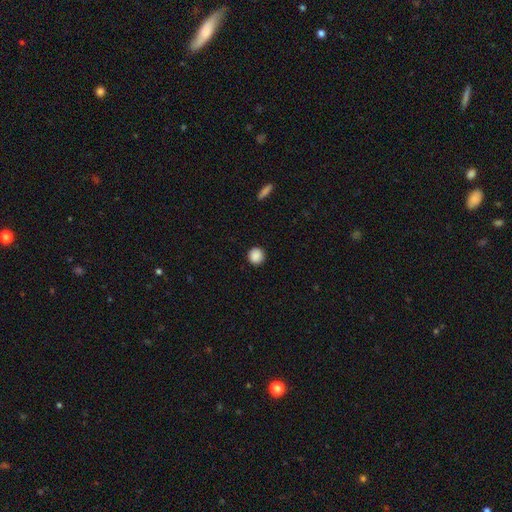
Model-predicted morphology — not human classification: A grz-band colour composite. It shows a smooth galaxy with no disk features (89%) that is round (94%). Merging: none (92%).